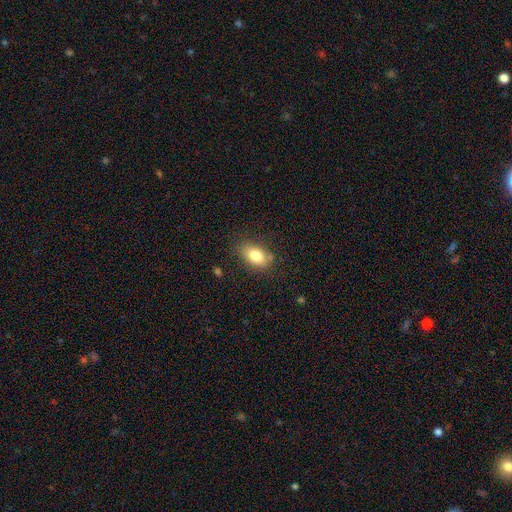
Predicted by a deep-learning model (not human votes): A smooth galaxy with no disk features (82%) that is in between round and cigar-shaped (89%).

Vote fractions:
- Smooth or featured? smooth: 82% / featured or disk: 10% / star or artifact: 8%
- How rounded? in between: 89% / round: 9% / cigar-shaped: 2%
- Merging? none: 77% / minor disturbance: 16% / major disturbance: 4% / merger: 2%